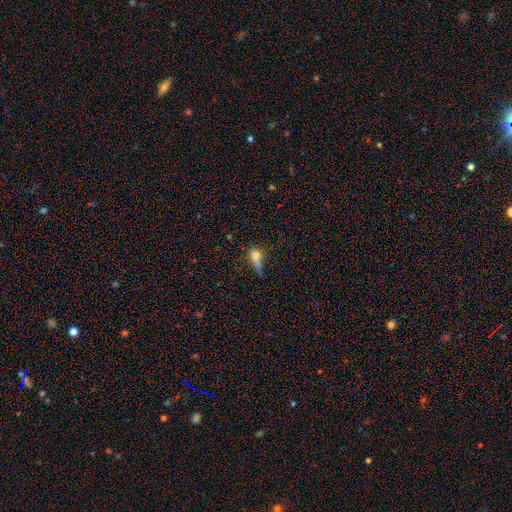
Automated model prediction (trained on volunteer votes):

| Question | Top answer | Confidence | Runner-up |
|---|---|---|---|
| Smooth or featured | smooth | 62% | featured or disk (24%) |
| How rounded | in between | 58% | cigar-shaped (24%) |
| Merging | major disturbance | 33% | none (31%) |